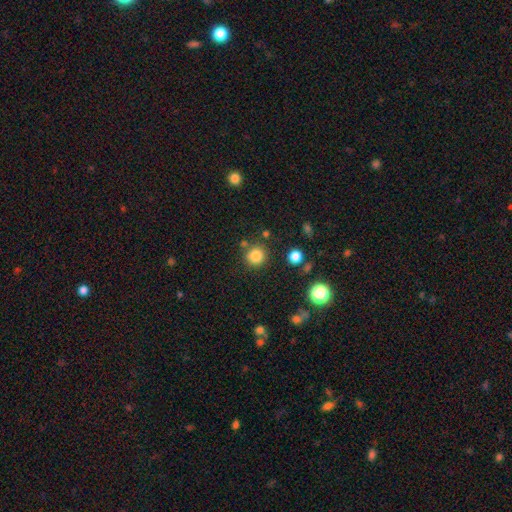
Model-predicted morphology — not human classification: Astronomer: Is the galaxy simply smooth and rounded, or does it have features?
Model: smooth — 83%.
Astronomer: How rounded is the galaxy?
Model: round — 92%.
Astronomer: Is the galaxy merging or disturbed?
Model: none — 83%.